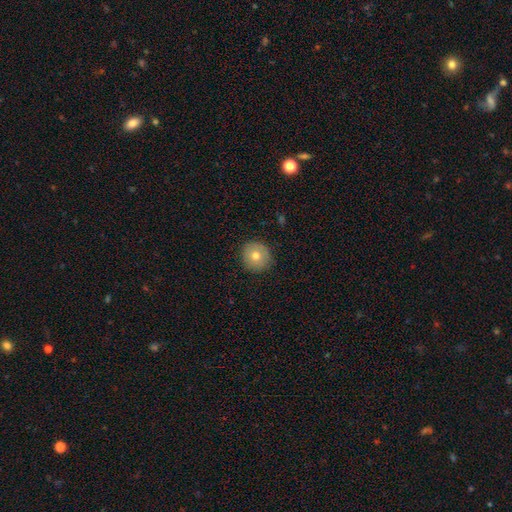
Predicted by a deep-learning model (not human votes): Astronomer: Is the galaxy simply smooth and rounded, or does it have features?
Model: smooth — 73%.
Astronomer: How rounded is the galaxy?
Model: round — 94%.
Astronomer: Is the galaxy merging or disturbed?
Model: none — 91%.